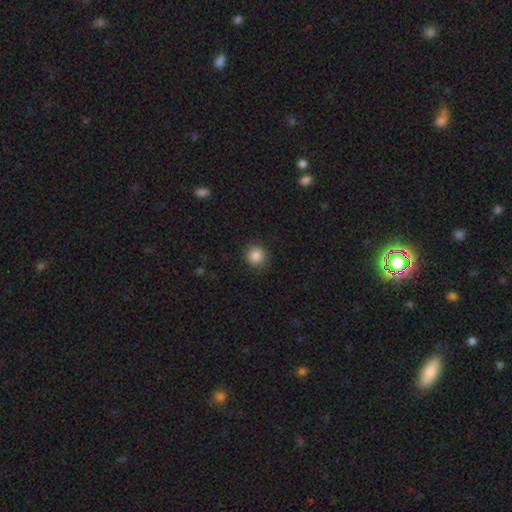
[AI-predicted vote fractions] This appears to be a smooth galaxy with no disk features (87%) that is round (92%). Merging: none (88%).